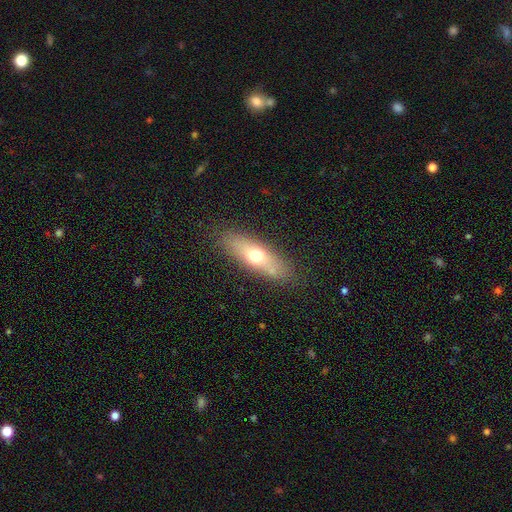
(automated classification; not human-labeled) Q: Smooth or featured?
A: smooth (61%); runner-up: featured or disk (30%)
Q: How rounded?
A: in between (57%); runner-up: cigar-shaped (39%)
Q: Merging?
A: none (81%); runner-up: minor disturbance (13%)